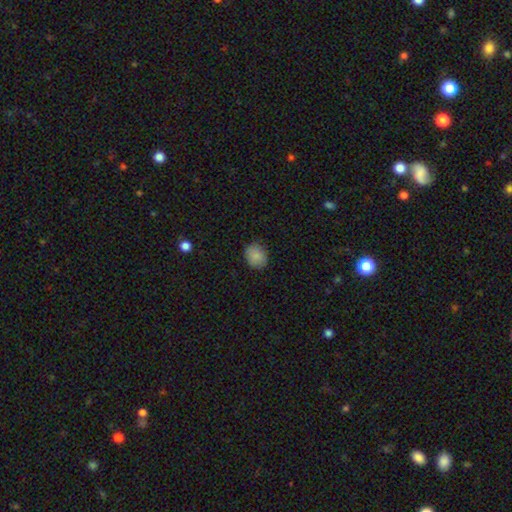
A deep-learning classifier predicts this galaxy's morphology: Smooth or featured? Predicted: smooth (p=0.86). How rounded? Predicted: round (p=0.60). Merging? Predicted: none (p=0.85).